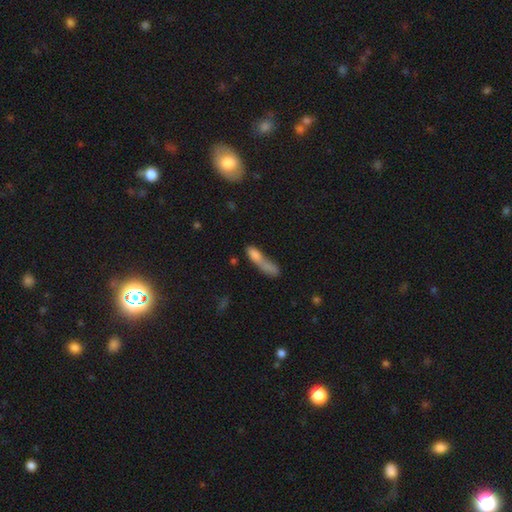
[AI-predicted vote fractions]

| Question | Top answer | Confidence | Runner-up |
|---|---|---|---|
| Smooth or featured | smooth | 68% | featured or disk (20%) |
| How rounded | cigar-shaped | 58% | in between (35%) |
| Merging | merger | 45% | none (23%) |